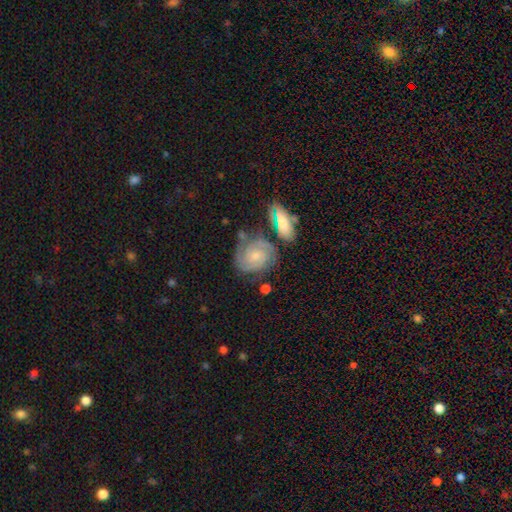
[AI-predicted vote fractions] Smooth or featured: featured or disk — 78% (smooth — 15%)
Edge-on disk: no — 97% (yes — 3%)
Bar: no — 64% (weak — 30%)
Spiral arms: yes — 96% (no — 4%)
Spiral winding: tight — 66% (medium — 28%)
Spiral arm count: 2 — 65% (can't tell — 15%)
Bulge size: small — 57% (moderate — 32%)
Merging: none — 62% (minor disturbance — 18%)